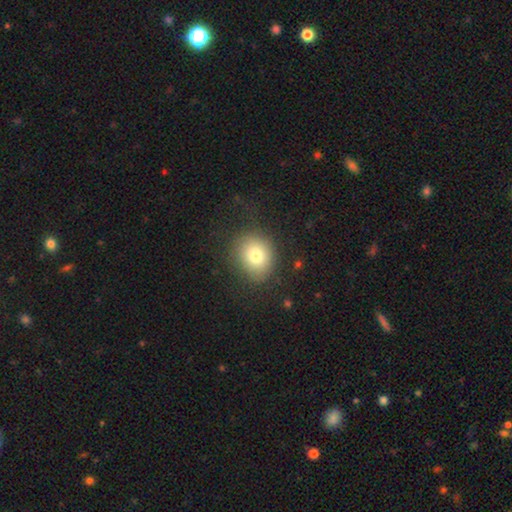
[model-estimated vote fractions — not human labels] This is likely a smooth galaxy (78%). How rounded: likely round (68%). Merging: clearly none (80%).